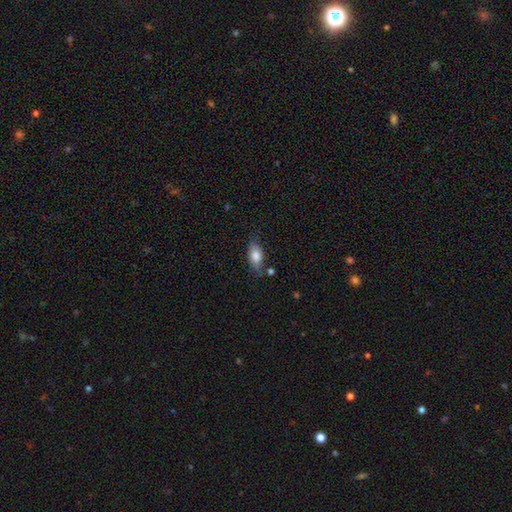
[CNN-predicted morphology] This appears to be a smooth galaxy with no disk features (78%) that is in between round and cigar-shaped (86%). Merging: none (70%).